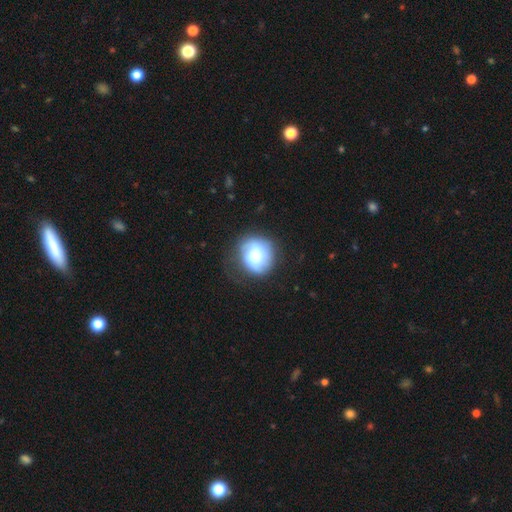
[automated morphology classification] Smooth or featured?
  - smooth: 63% *
  - featured or disk: 29%
  - star or artifact: 8%
How rounded?
  - round: 82% *
  - in between: 17%
  - cigar-shaped: 1%
Merging?
  - none: 63% *
  - minor disturbance: 24%
  - major disturbance: 12%
  - merger: 2%